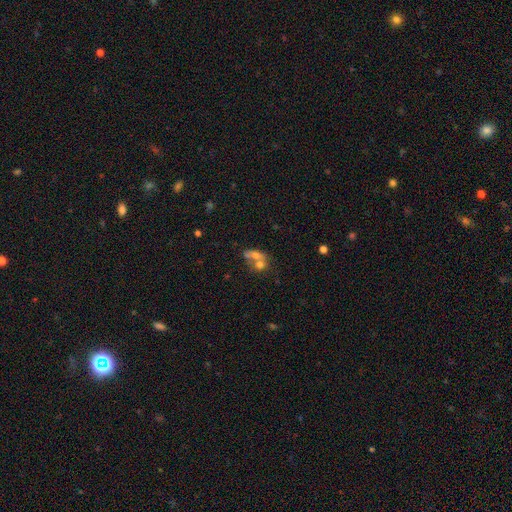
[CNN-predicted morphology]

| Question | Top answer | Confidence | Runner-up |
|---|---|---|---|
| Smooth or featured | smooth | 57% | featured or disk (29%) |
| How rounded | in between | 52% | round (44%) |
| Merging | merger | 62% | none (24%) |